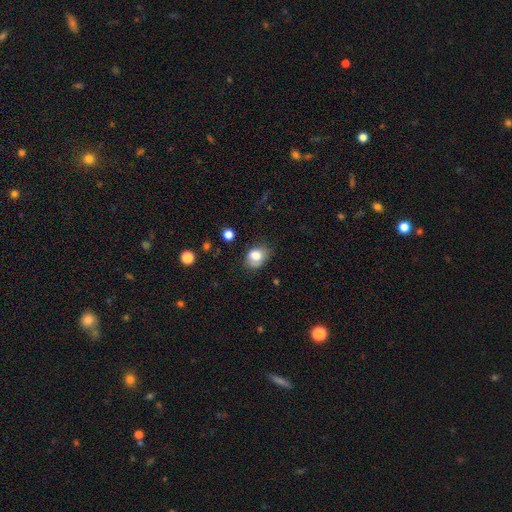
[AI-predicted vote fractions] A smooth galaxy with no disk features (79%) that is in between round and cigar-shaped (58%).

Vote fractions:
- Smooth or featured? smooth: 79% / featured or disk: 11% / star or artifact: 10%
- How rounded? in between: 58% / round: 41% / cigar-shaped: 1%
- Merging? none: 65% / minor disturbance: 26% / major disturbance: 7% / merger: 2%